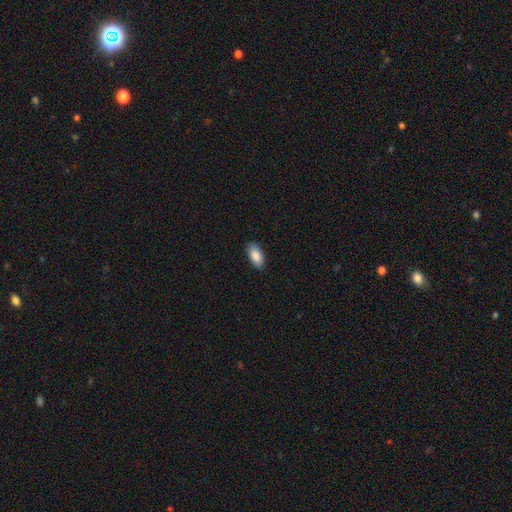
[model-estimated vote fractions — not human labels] A smooth galaxy with no disk features (89%) that is in between round and cigar-shaped (92%).

Vote fractions:
- Smooth or featured? smooth: 89% / star or artifact: 6% / featured or disk: 5%
- How rounded? in between: 92% / cigar-shaped: 6% / round: 2%
- Merging? none: 86% / minor disturbance: 11% / major disturbance: 2% / merger: 1%